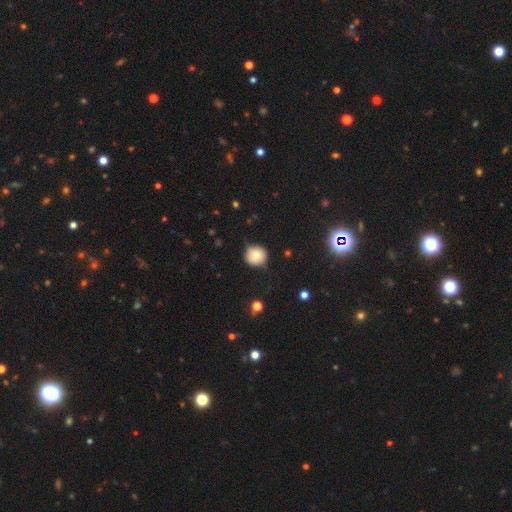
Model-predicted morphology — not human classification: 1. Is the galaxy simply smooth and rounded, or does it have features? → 76% smooth, 14% featured or disk, 11% star or artifact.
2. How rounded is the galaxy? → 92% round, 7% in between, 1% cigar-shaped.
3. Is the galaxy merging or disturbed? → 72% none, 22% minor disturbance, 5% major disturbance, 2% merger.